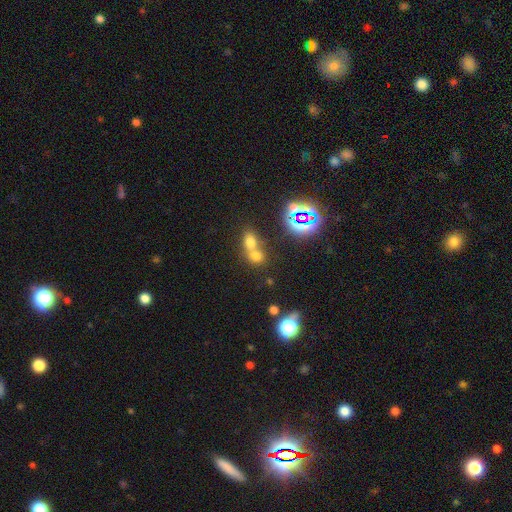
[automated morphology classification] Overall: smooth (60%; star or artifact 28%). How rounded: round (62%; in between 36%). Merging: merger (59%; none 32%).